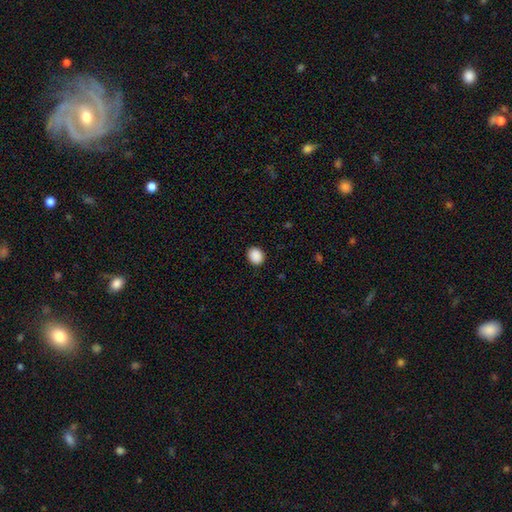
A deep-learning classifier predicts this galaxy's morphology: A smooth galaxy with no disk features (90%) that is round (62%).

Vote fractions:
- Smooth or featured? smooth: 90% / star or artifact: 8% / featured or disk: 2%
- How rounded? round: 62% / in between: 37% / cigar-shaped: 1%
- Merging? none: 91% / minor disturbance: 6% / major disturbance: 2% / merger: 1%